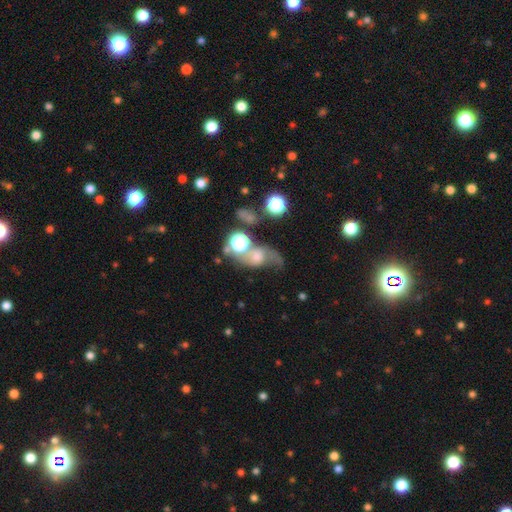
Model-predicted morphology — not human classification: smooth_or_featured: featured or disk (p=0.42) [alt: smooth p=0.30]
merging: none (p=0.42) [alt: merger p=0.20]